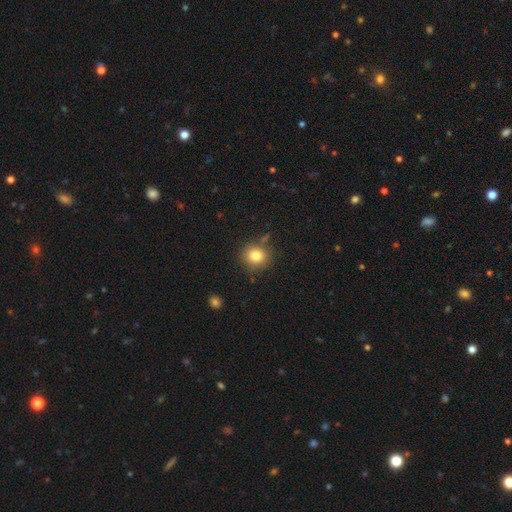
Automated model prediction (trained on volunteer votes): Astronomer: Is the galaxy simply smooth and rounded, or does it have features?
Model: smooth — 81%.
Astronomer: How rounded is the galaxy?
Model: round — 87%.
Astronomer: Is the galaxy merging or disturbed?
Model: none — 82%.